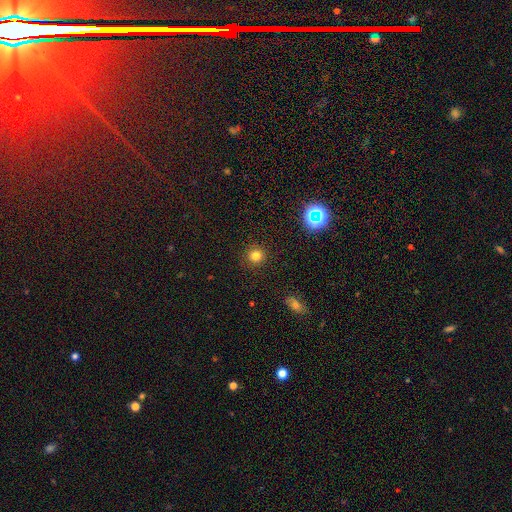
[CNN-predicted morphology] smooth 78%, star or artifact 16%, featured or disk 6%. Down the decision tree: how rounded — round (94%); merging — none (91%).